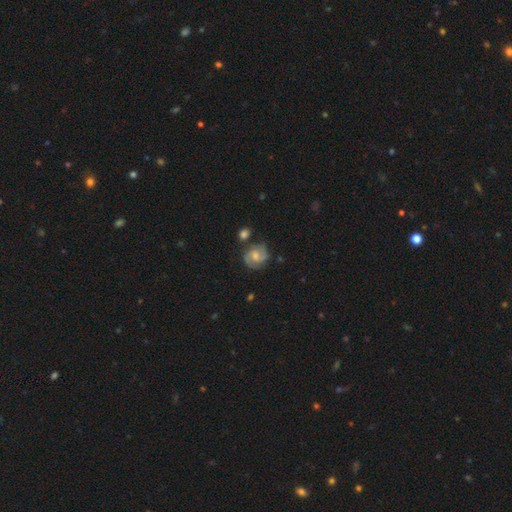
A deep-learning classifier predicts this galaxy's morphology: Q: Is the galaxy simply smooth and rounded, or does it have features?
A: featured or disk — 72%.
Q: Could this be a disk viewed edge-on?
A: no — 98%.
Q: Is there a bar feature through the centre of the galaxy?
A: no — 57%.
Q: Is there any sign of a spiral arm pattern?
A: yes — 94%.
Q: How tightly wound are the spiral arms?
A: medium — 46%.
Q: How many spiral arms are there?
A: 2 — 62%.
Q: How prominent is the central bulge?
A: moderate — 54%.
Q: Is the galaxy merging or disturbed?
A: none — 68%.